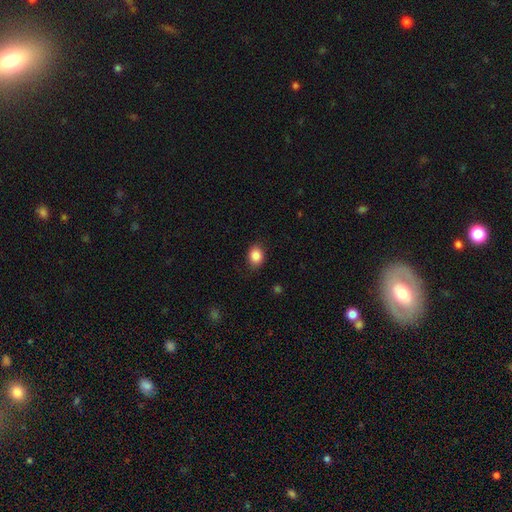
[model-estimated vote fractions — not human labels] This is clearly a smooth galaxy (87%). How rounded: possibly in between (52%). Merging: clearly none (82%).